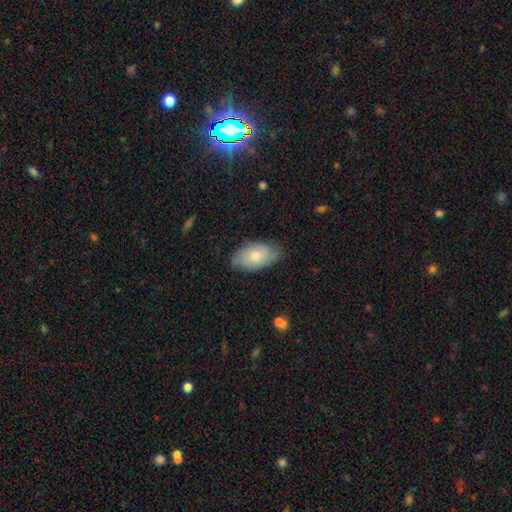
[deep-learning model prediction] A smooth galaxy with no disk features (70%) that is in between round and cigar-shaped (93%).

Vote fractions:
- Smooth or featured? smooth: 70% / featured or disk: 24% / star or artifact: 6%
- How rounded? in between: 93% / round: 4% / cigar-shaped: 2%
- Merging? none: 70% / minor disturbance: 24% / major disturbance: 4% / merger: 1%